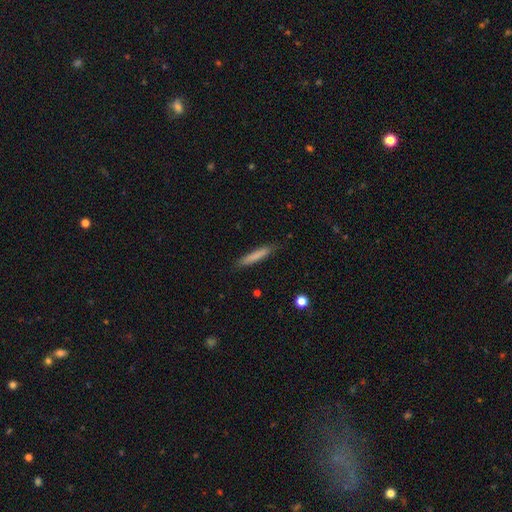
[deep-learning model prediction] Smooth or featured? Predicted: smooth (p=0.80). How rounded? Predicted: cigar-shaped (p=0.92). Merging? Predicted: none (p=0.85).